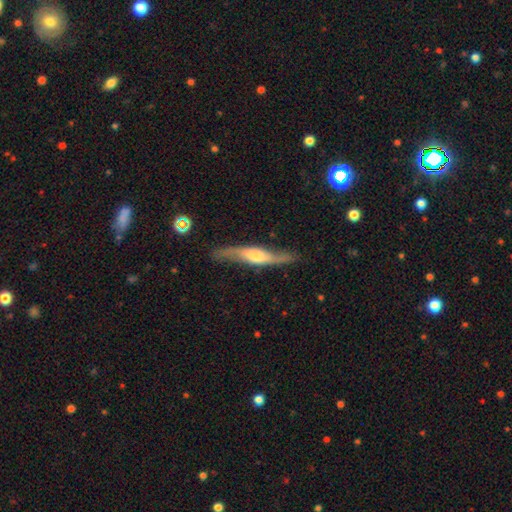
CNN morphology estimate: Overall: featured or disk (73%). Edge-on disk: yes (63%; no 37%). Merging: none (80%).